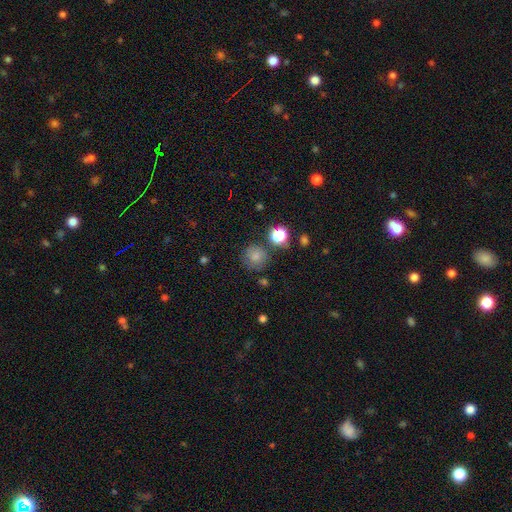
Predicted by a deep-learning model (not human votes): smooth-or-featured: smooth: 76% | star or artifact: 16% | featured or disk: 8%
  how-rounded: round: 91% | in between: 8% | cigar-shaped: 1%
  merging: none: 75% | minor disturbance: 14% | merger: 6% | major disturbance: 5%